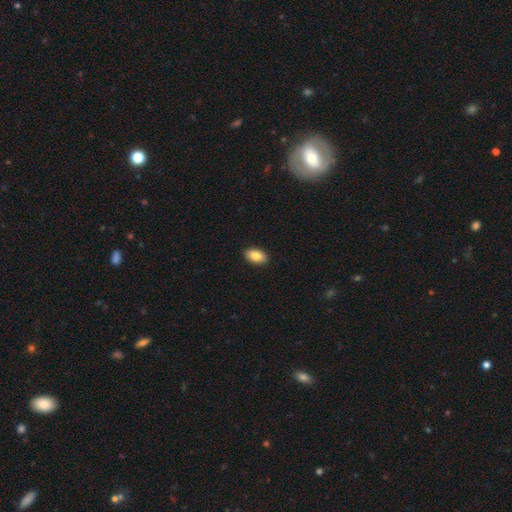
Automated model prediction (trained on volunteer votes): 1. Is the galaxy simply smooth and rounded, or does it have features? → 85% smooth, 8% featured or disk, 7% star or artifact.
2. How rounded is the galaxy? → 91% in between, 8% round, 2% cigar-shaped.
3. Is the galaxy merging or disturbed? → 90% none, 7% minor disturbance, 2% major disturbance, 1% merger.